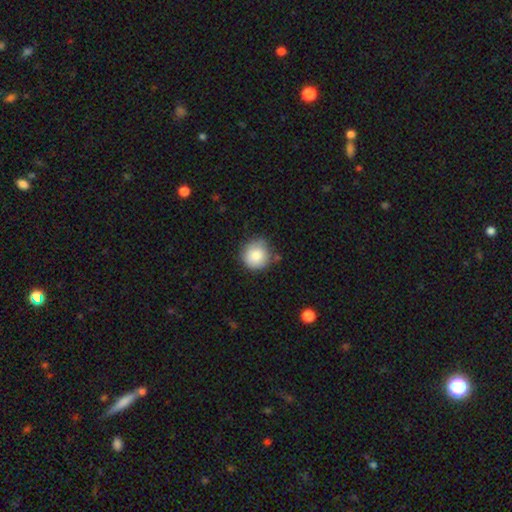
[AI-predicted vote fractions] Morphology: type=smooth (85%); roundness=round (93%); merging=none (75%).